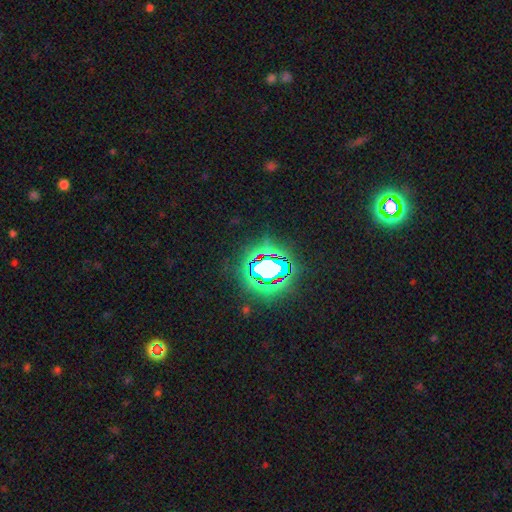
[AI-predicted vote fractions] Smooth or featured?
  - star or artifact: 83% *
  - smooth: 10%
  - featured or disk: 7%